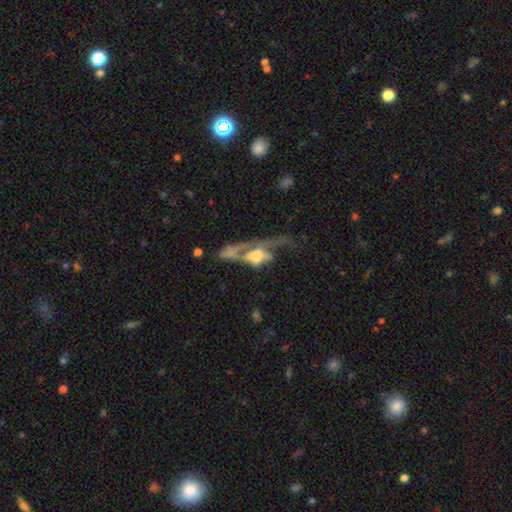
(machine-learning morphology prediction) Smooth or featured? featured or disk (64%)
Edge-on disk? no (75%)
Merging? major disturbance (56%)